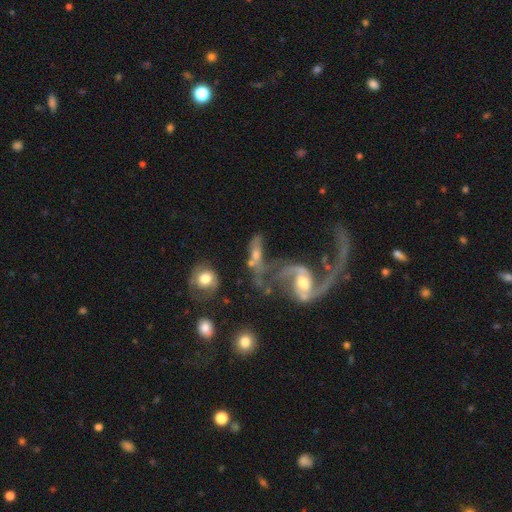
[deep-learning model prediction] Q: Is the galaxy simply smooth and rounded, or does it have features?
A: featured or disk — 63%.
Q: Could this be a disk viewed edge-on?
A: no — 90%.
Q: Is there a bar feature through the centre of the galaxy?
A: no — 50%.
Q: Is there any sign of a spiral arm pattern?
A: yes — 76%.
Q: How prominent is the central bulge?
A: moderate — 54%.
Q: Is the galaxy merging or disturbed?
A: merger — 40%.